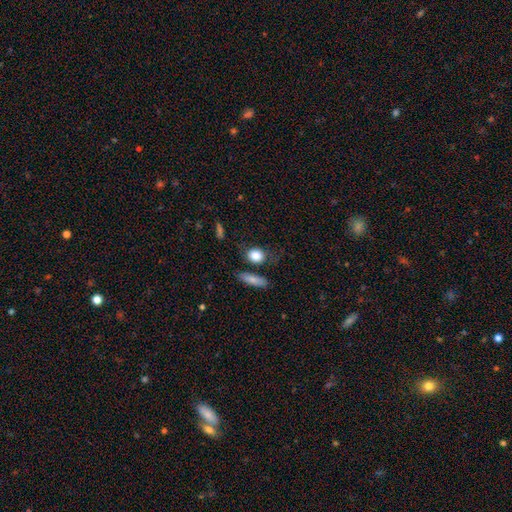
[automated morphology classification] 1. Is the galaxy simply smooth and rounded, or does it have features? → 84% smooth, 8% featured or disk, 8% star or artifact.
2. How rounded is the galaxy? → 60% round, 36% in between, 4% cigar-shaped.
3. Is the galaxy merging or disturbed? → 69% none, 16% minor disturbance, 8% merger, 7% major disturbance.